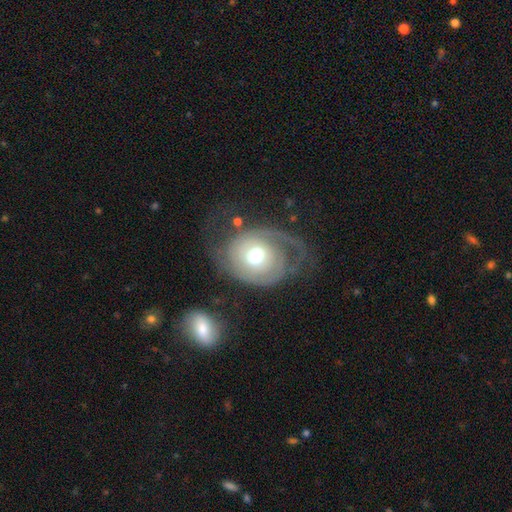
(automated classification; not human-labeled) This is likely a featured or disk galaxy (66%). It is clearly not viewed edge-on (96%). Bar: likely no (78%). Spiral arm pattern: likely yes (74%). Central bulge: likely moderate (65%). Merging: marginally none (44%).